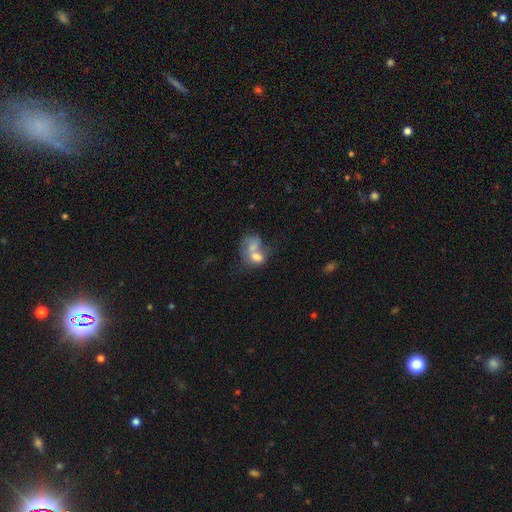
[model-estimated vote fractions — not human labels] Overall: smooth (57%; featured or disk 32%). How rounded: in between (67%; round 31%). Merging: merger (68%).